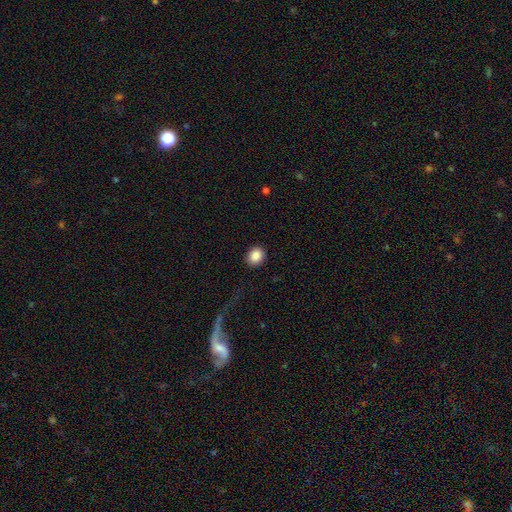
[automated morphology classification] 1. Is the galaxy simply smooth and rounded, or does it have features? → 88% smooth, 8% star or artifact, 4% featured or disk.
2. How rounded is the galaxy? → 62% round, 37% in between, 1% cigar-shaped.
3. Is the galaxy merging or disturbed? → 90% none, 7% minor disturbance, 2% major disturbance, 1% merger.